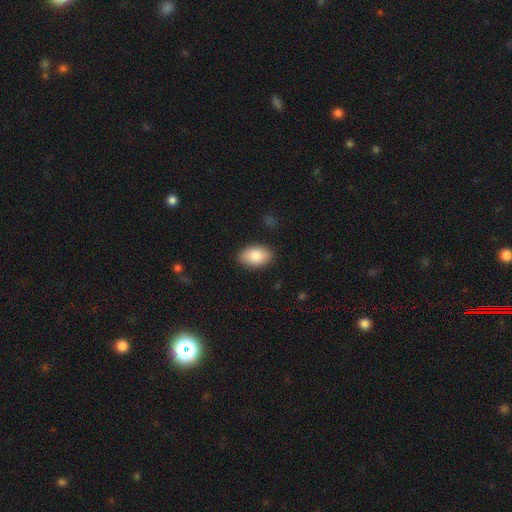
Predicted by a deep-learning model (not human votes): Smooth or featured? Predicted: smooth (p=0.85). How rounded? Predicted: in between (p=0.92). Merging? Predicted: none (p=0.87).